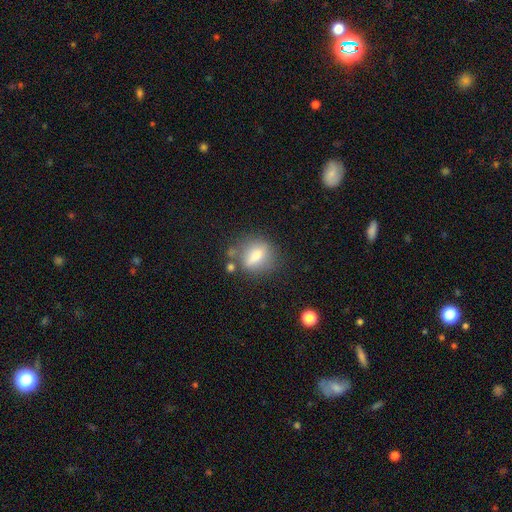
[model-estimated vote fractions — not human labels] Smooth or featured?
  - smooth: 65% *
  - featured or disk: 24%
  - star or artifact: 10%
How rounded?
  - in between: 48% *
  - round: 44%
  - cigar-shaped: 8%
Merging?
  - none: 64% *
  - minor disturbance: 18%
  - merger: 10%
  - major disturbance: 8%